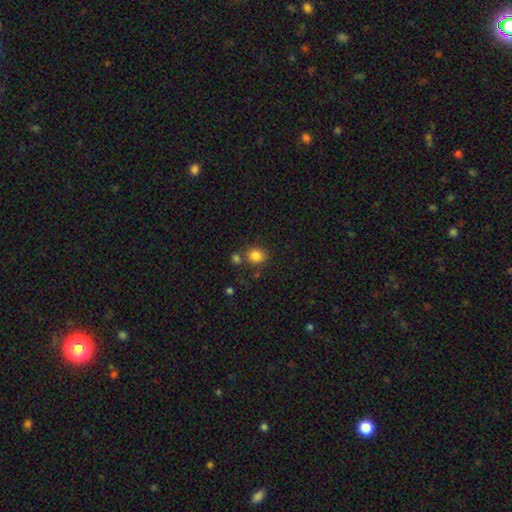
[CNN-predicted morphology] Q: Smooth or featured?
A: smooth (84%); runner-up: star or artifact (11%)
Q: How rounded?
A: round (78%); runner-up: in between (21%)
Q: Merging?
A: none (71%); runner-up: merger (15%)